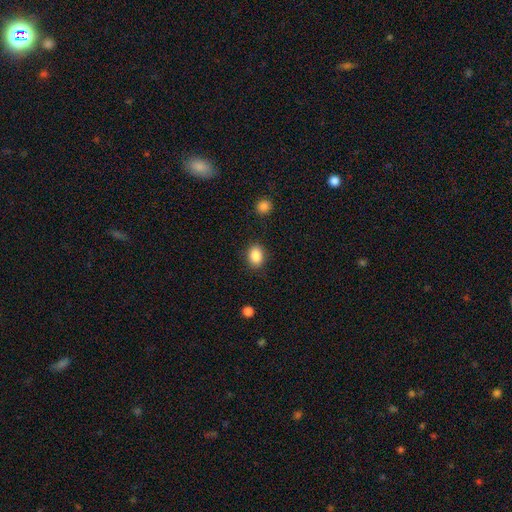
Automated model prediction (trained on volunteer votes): smooth_or_featured: smooth (p=0.87) [alt: star or artifact p=0.09]
how_rounded: in between (p=0.62) [alt: round p=0.37]
merging: none (p=0.86) [alt: minor disturbance p=0.09]